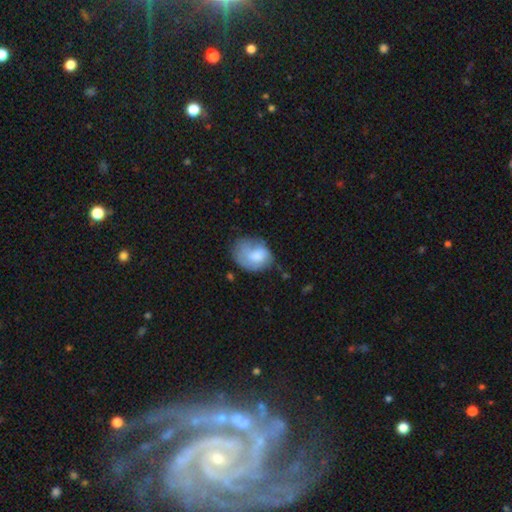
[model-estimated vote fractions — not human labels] Smooth or featured: smooth — 69% (featured or disk — 24%)
How rounded: in between — 67% (round — 32%)
Merging: none — 41% (minor disturbance — 35%)